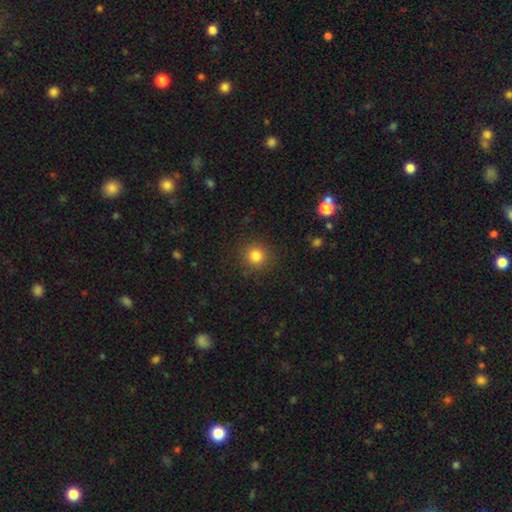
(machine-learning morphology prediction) Overall: smooth (82%). How rounded: round (94%). Merging: none (89%).